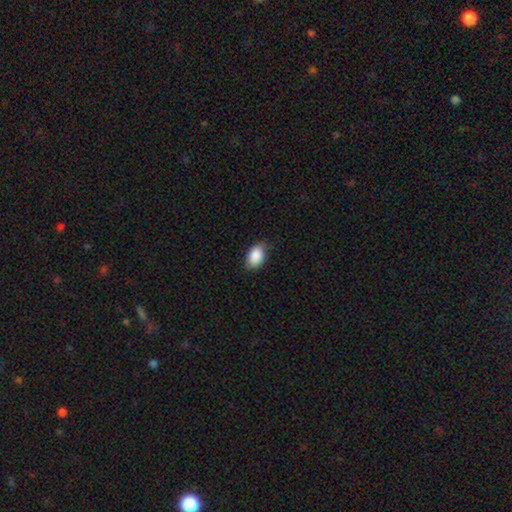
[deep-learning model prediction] smooth-or-featured: smooth: 89% | star or artifact: 7% | featured or disk: 4%
  how-rounded: in between: 90% | round: 8% | cigar-shaped: 1%
  merging: none: 79% | minor disturbance: 17% | major disturbance: 3% | merger: 1%